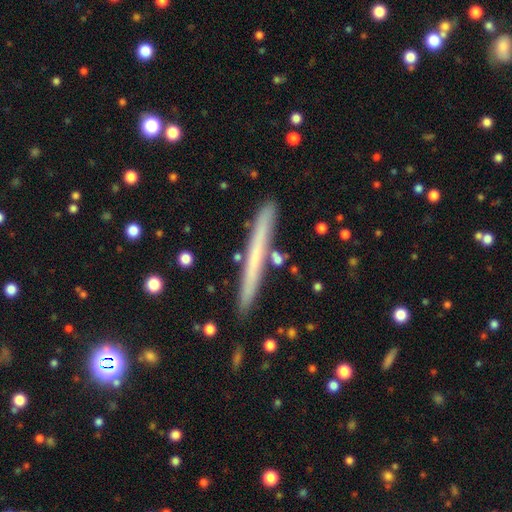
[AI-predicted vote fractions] This is possibly a smooth galaxy (52%). How rounded: clearly cigar-shaped (97%). Merging: clearly none (87%).